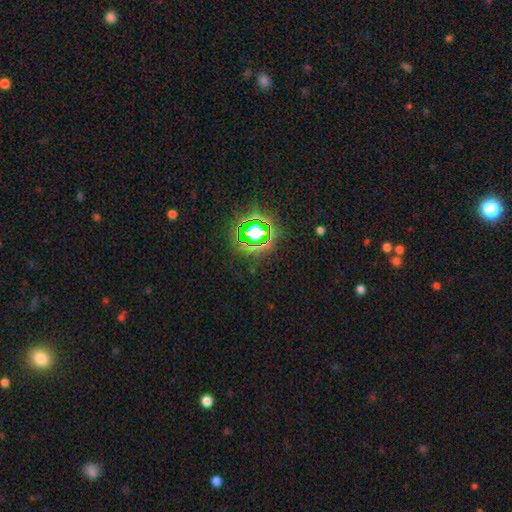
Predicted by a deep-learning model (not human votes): Q: Smooth or featured?
A: star or artifact (79%); runner-up: smooth (14%)